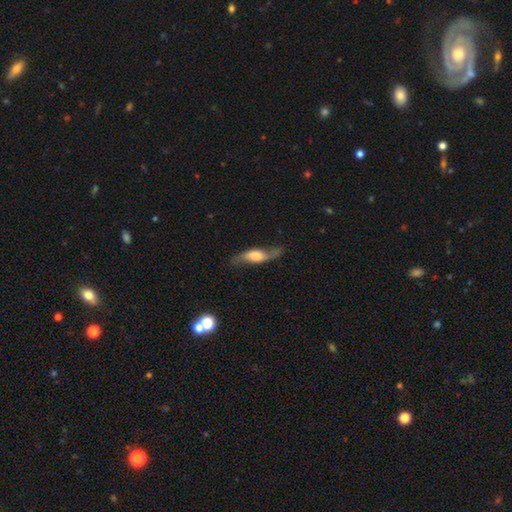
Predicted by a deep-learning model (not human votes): smooth-or-featured: featured or disk: 64% | smooth: 30% | star or artifact: 7%
  disk-edge-on: no: 68% | yes: 32%
  merging: none: 71% | minor disturbance: 19% | major disturbance: 8% | merger: 2%